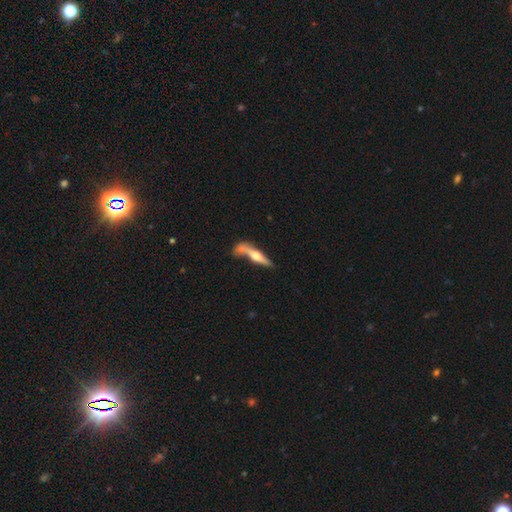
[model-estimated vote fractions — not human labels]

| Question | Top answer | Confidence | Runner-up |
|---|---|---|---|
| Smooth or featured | featured or disk | 58% | smooth (36%) |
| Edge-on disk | yes | 91% | no (9%) |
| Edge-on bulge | rounded | 90% | boxy (5%) |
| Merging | none | 50% | merger (22%) |